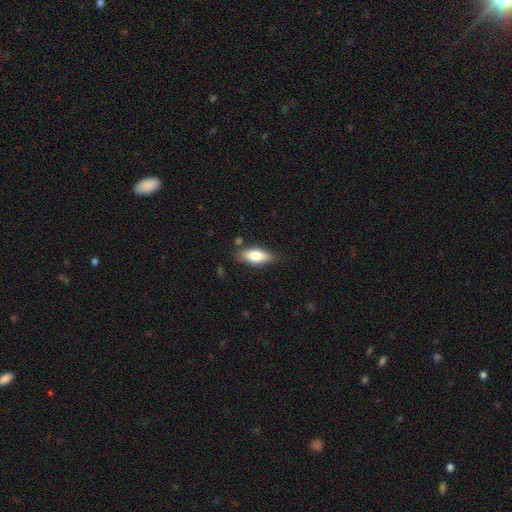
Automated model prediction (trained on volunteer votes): This is likely a smooth galaxy (72%). How rounded: likely in between (77%). Merging: likely none (78%).